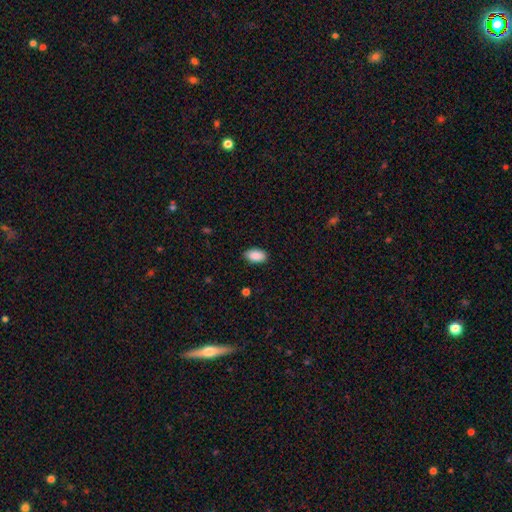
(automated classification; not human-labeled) smooth_or_featured: smooth (p=0.89) [alt: star or artifact p=0.07]
how_rounded: in between (p=0.94) [alt: round p=0.04]
merging: none (p=0.86) [alt: minor disturbance p=0.11]